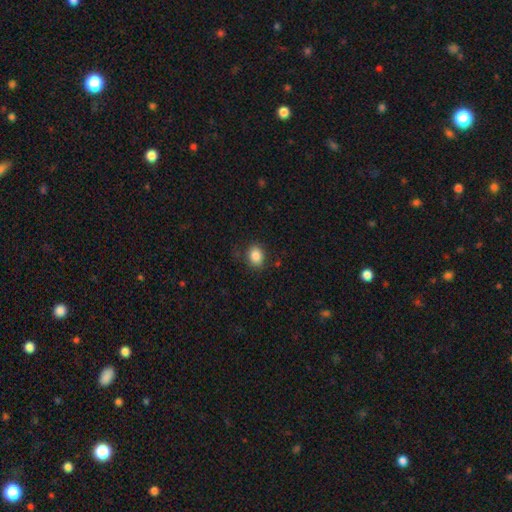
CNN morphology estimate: Smooth or featured: smooth — 86% (star or artifact — 9%)
How rounded: in between — 52% (round — 47%)
Merging: none — 80% (minor disturbance — 14%)